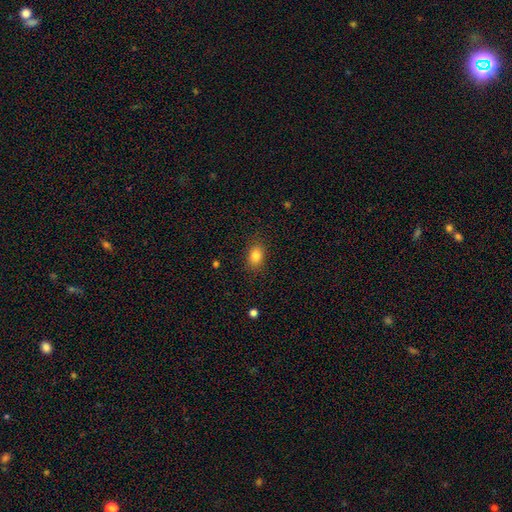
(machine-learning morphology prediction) A smooth galaxy with no disk features (83%) that is in between round and cigar-shaped (77%).

Vote fractions:
- Smooth or featured? smooth: 83% / star or artifact: 10% / featured or disk: 7%
- How rounded? in between: 77% / round: 22% / cigar-shaped: 1%
- Merging? none: 86% / minor disturbance: 10% / major disturbance: 3% / merger: 1%